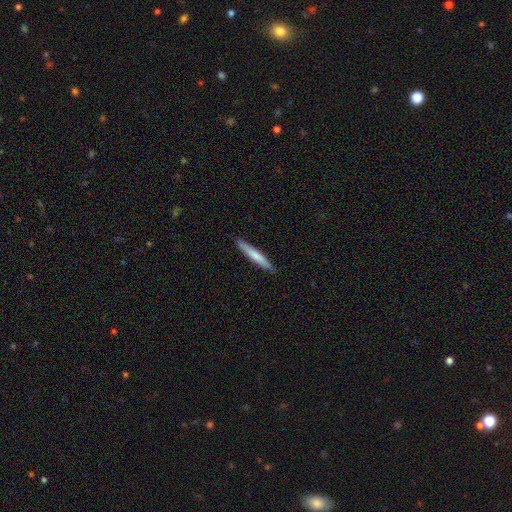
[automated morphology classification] A smooth galaxy with no disk features (70%) that is cigar-shaped (95%).

Vote fractions:
- Smooth or featured? smooth: 70% / featured or disk: 25% / star or artifact: 5%
- How rounded? cigar-shaped: 95% / in between: 4% / round: 1%
- Merging? none: 89% / minor disturbance: 8% / major disturbance: 1% / merger: 1%